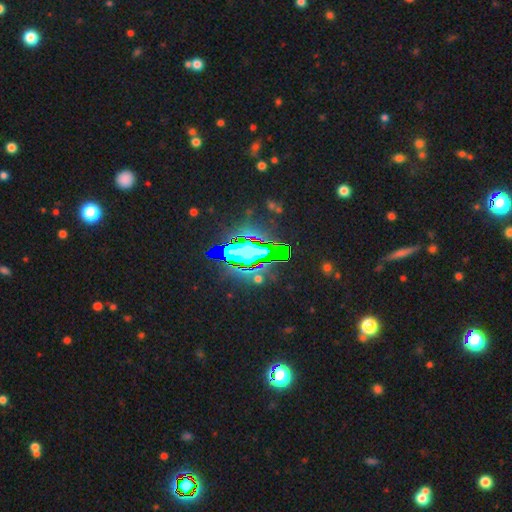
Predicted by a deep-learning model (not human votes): This appears to be a star or artifact, not a galaxy (75%).